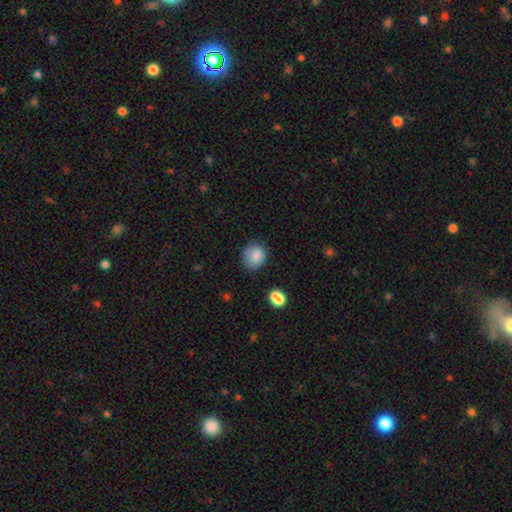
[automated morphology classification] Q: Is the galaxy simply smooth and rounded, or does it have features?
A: smooth — 85%.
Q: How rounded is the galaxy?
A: round — 74%.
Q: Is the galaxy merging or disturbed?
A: none — 74%.